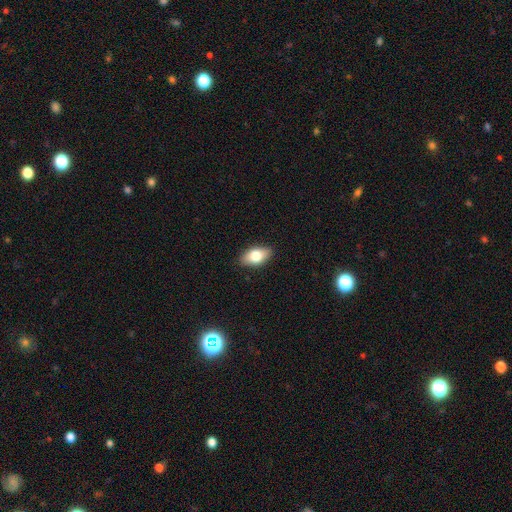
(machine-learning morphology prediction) Smooth or featured? Predicted: smooth (p=0.76). How rounded? Predicted: in between (p=0.90). Merging? Predicted: none (p=0.88).